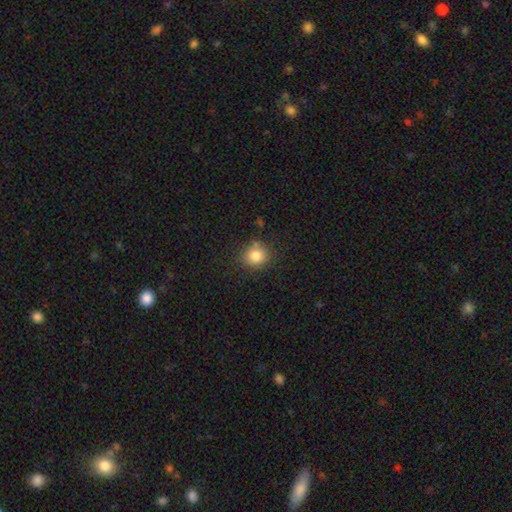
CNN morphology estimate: smooth-or-featured: smooth: 83% | star or artifact: 11% | featured or disk: 6%
  how-rounded: round: 81% | in between: 18% | cigar-shaped: 1%
  merging: none: 76% | minor disturbance: 15% | merger: 5% | major disturbance: 4%